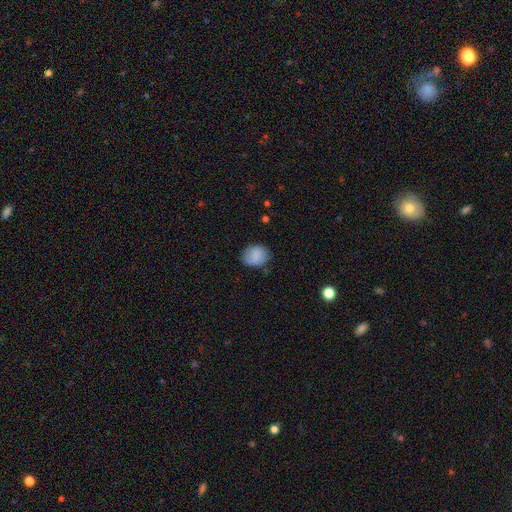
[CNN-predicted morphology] Smooth or featured? Predicted: smooth (p=0.82). How rounded? Predicted: round (p=0.60). Merging? Predicted: none (p=0.73).